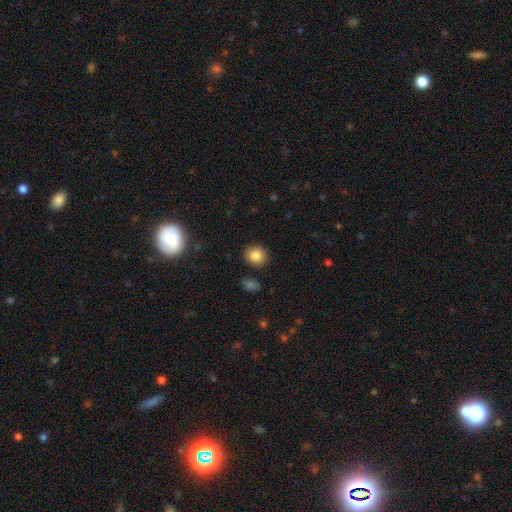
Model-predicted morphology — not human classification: Smooth or featured?
  - smooth: 84% *
  - star or artifact: 10%
  - featured or disk: 6%
How rounded?
  - round: 81% *
  - in between: 18%
  - cigar-shaped: 1%
Merging?
  - none: 88% *
  - minor disturbance: 8%
  - merger: 2%
  - major disturbance: 2%